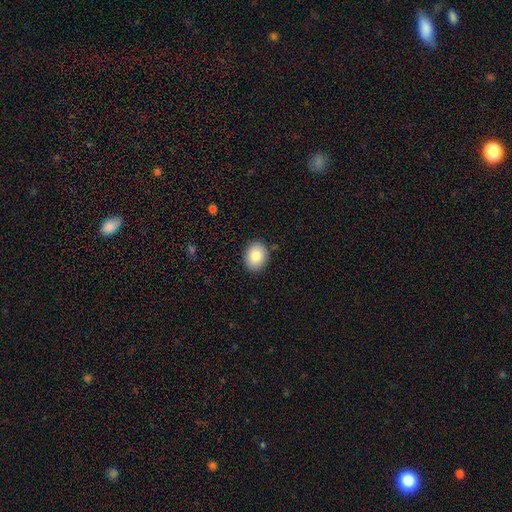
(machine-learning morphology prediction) Smooth or featured: smooth — 84% (featured or disk — 8%)
How rounded: in between — 52% (round — 48%)
Merging: none — 88% (minor disturbance — 8%)